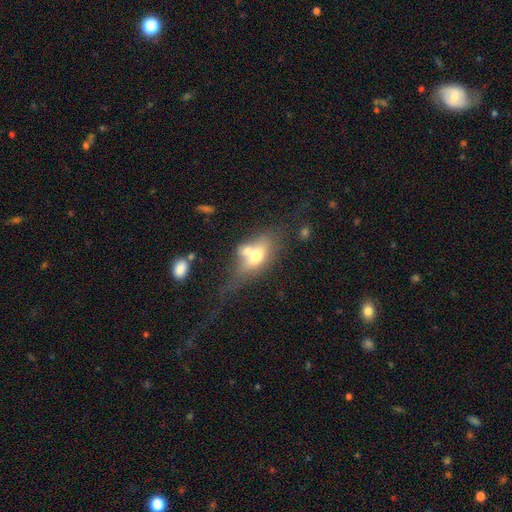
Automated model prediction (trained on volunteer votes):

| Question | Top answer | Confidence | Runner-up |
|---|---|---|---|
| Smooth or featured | smooth | 56% | featured or disk (35%) |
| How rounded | in between | 74% | round (13%) |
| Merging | merger | 48% | none (26%) |